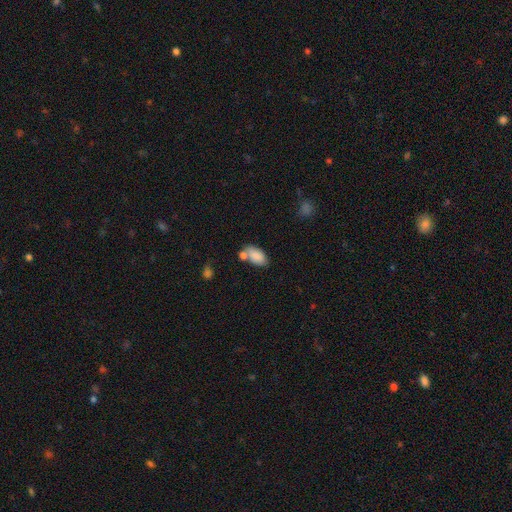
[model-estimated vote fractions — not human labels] smooth 85%, star or artifact 8%, featured or disk 7%. Down the decision tree: how rounded — in between (93%); merging — none (57%).